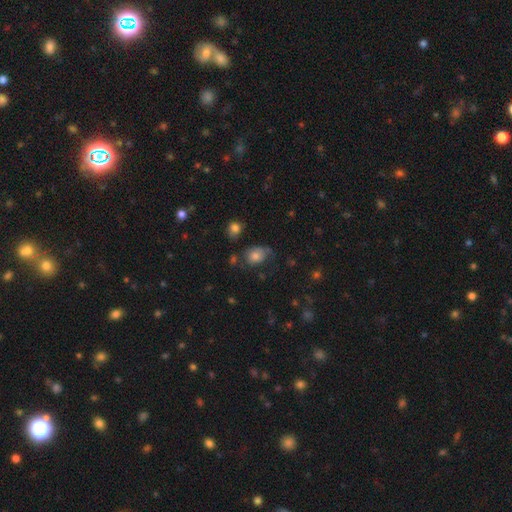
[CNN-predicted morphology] Q: Smooth or featured?
A: smooth (76%); runner-up: featured or disk (13%)
Q: How rounded?
A: in between (59%); runner-up: round (39%)
Q: Merging?
A: none (51%); runner-up: minor disturbance (30%)